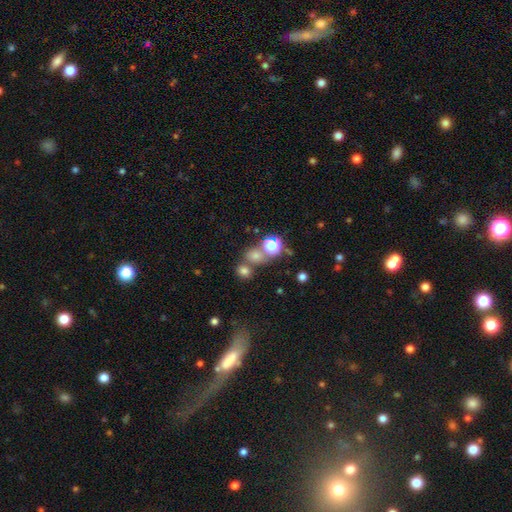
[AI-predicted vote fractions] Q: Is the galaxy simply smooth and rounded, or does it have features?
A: smooth — 60%.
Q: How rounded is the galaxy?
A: round — 72%.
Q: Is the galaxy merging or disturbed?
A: none — 57%.